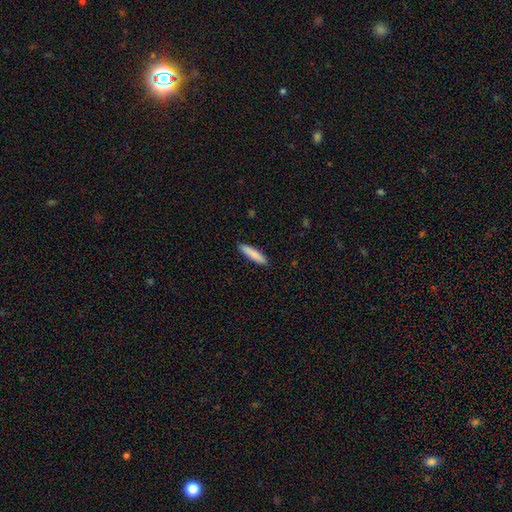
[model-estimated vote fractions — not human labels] The model was most divided on "how rounded": cigar-shaped: 86%, in between: 13%, round: 1%. More confident: merging — none (90%); smooth or featured — smooth (85%).